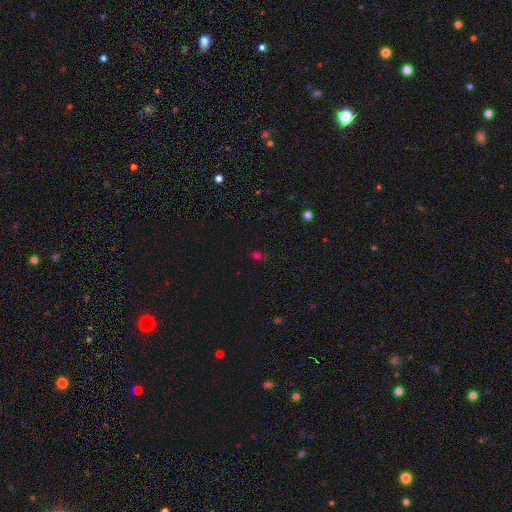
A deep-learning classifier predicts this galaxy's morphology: Overall: smooth (59%; star or artifact 35%). How rounded: round (57%; in between 41%). Merging: none (79%).